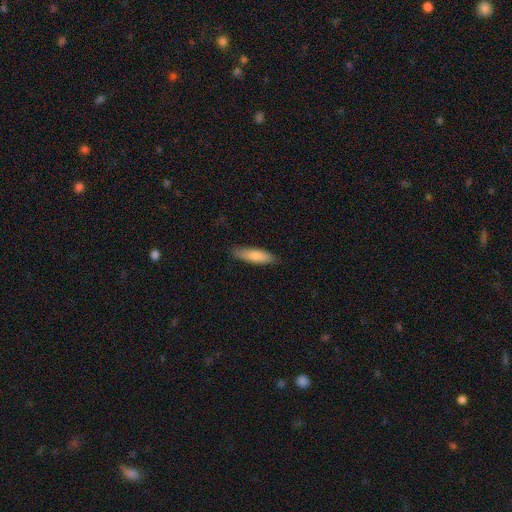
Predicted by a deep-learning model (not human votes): smooth-or-featured: smooth: 79% | featured or disk: 16% | star or artifact: 5%
  how-rounded: cigar-shaped: 65% | in between: 34% | round: 2%
  merging: none: 85% | minor disturbance: 12% | major disturbance: 2% | merger: 1%